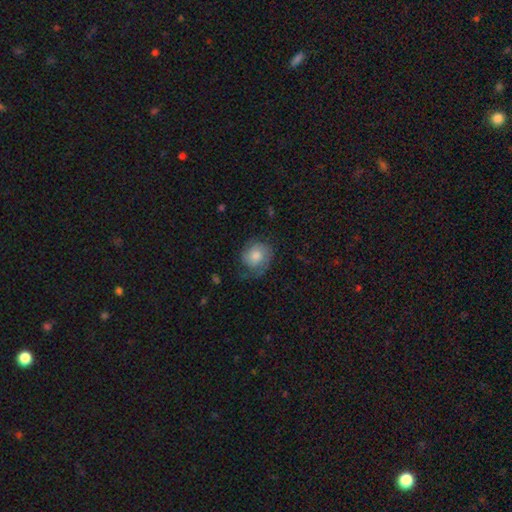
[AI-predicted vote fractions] Smooth or featured?
  - featured or disk: 56% *
  - smooth: 36%
  - star or artifact: 8%
Edge-on disk?
  - no: 97% *
  - yes: 3%
Bar?
  - no: 76% *
  - weak: 22%
  - strong: 3%
Spiral arms?
  - yes: 90% *
  - no: 10%
Bulge size?
  - moderate: 51% *
  - large: 23%
  - small: 18%
  - none: 5%
  - dominant: 3%
Merging?
  - none: 62% *
  - minor disturbance: 23%
  - major disturbance: 14%
  - merger: 1%